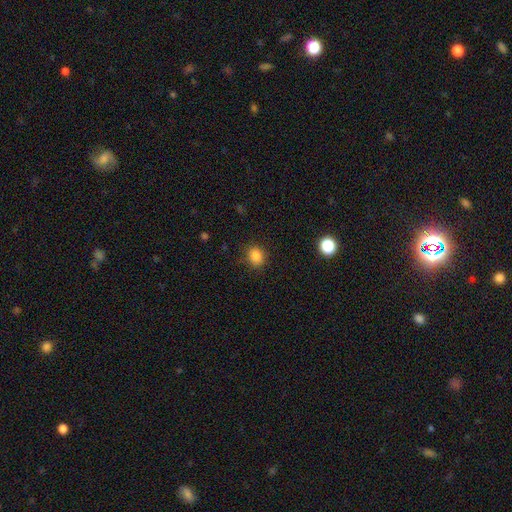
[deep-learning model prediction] Smooth or featured? Predicted: smooth (p=0.85). How rounded? Predicted: round (p=0.62). Merging? Predicted: none (p=0.85).